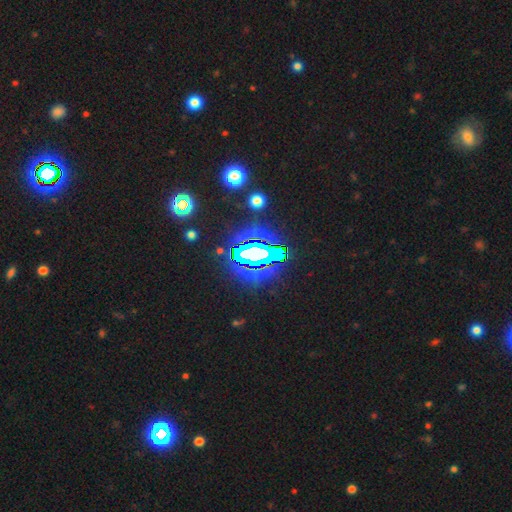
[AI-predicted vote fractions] Overall: star or artifact (70%).